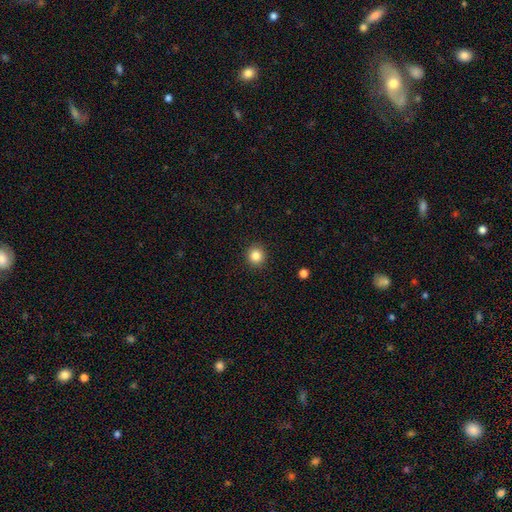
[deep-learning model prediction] smooth-or-featured: smooth: 85% | star or artifact: 11% | featured or disk: 5%
  how-rounded: round: 93% | in between: 6% | cigar-shaped: 1%
  merging: none: 92% | minor disturbance: 5% | major disturbance: 2% | merger: 1%